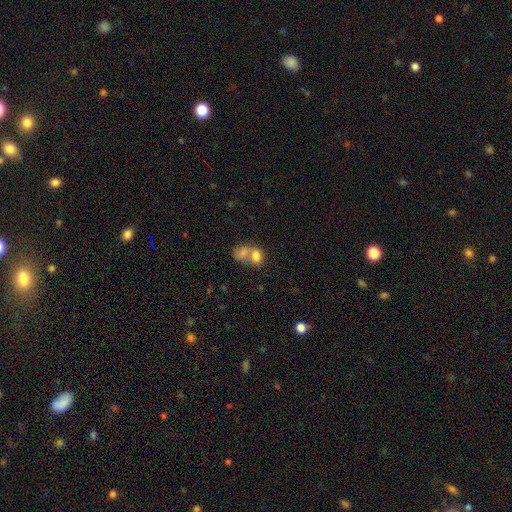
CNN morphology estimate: Smooth or featured? Predicted: smooth (p=0.78). How rounded? Predicted: in between (p=0.73). Merging? Predicted: merger (p=0.68).